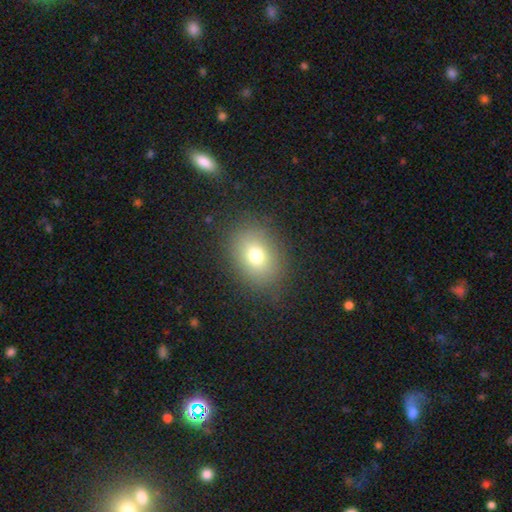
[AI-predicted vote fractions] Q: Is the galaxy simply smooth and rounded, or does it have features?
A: smooth — 73%.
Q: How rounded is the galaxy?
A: in between — 56%.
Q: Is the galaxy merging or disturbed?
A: none — 82%.